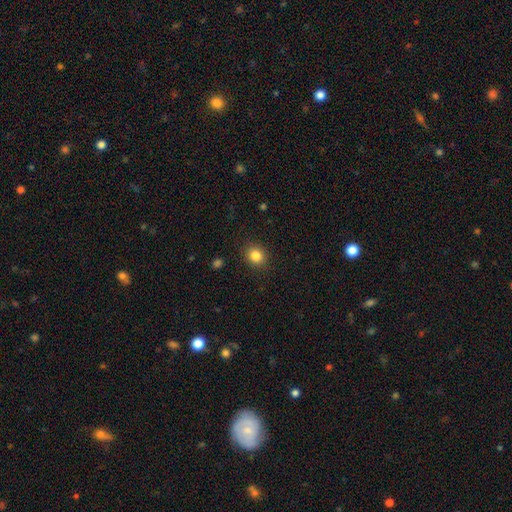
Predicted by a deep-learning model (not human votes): The model was most divided on "how rounded": round: 78%, in between: 21%, cigar-shaped: 1%. More confident: merging — none (90%); smooth or featured — smooth (84%).